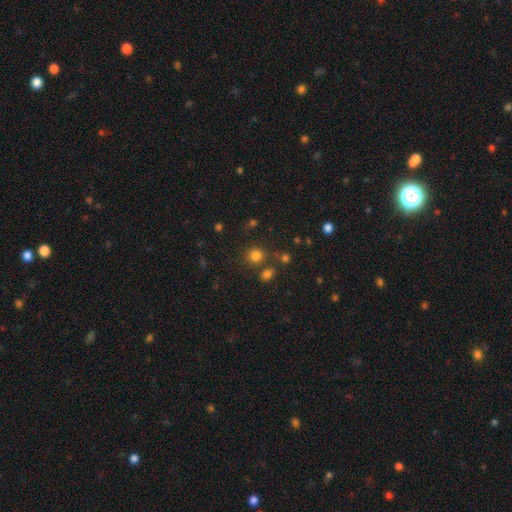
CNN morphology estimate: smooth-or-featured: smooth: 78% | star or artifact: 17% | featured or disk: 5%
  how-rounded: round: 88% | in between: 11% | cigar-shaped: 1%
  merging: none: 75% | merger: 11% | minor disturbance: 9% | major disturbance: 4%